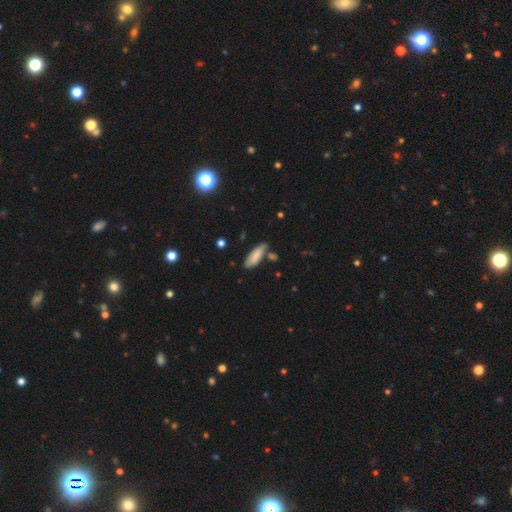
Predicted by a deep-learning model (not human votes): A smooth galaxy with no disk features (82%) that is in between round and cigar-shaped (62%). Merging: none (66%).